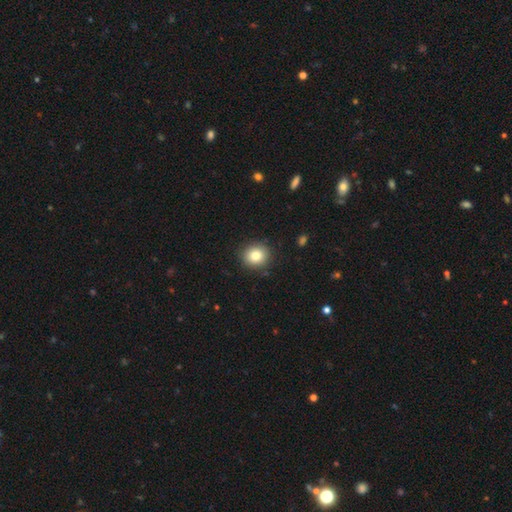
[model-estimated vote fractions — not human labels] This is clearly a smooth galaxy (82%). How rounded: clearly round (84%). Merging: clearly none (89%).